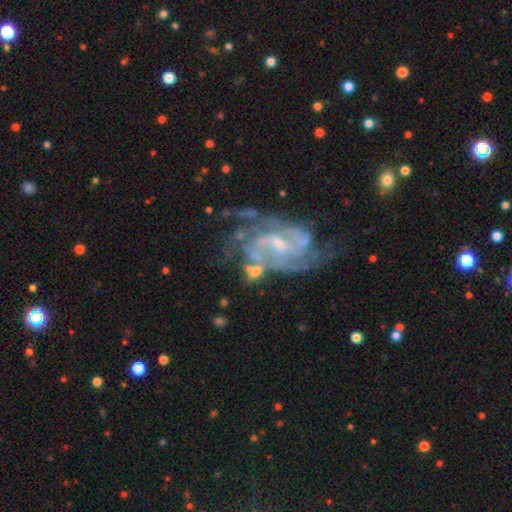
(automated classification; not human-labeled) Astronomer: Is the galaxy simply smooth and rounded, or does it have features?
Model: featured or disk — 85%.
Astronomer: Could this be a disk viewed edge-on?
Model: no — 97%.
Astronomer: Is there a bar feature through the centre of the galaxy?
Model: weak — 50% (runner-up: no, 33%).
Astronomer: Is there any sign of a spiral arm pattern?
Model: yes — 89%.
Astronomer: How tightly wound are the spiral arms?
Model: medium — 46% (runner-up: tight, 32%).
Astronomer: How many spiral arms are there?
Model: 2 — 41% (runner-up: can't tell, 27%).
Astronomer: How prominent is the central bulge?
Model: small — 64%.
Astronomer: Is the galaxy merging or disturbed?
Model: none — 45% (runner-up: major disturbance, 22%).